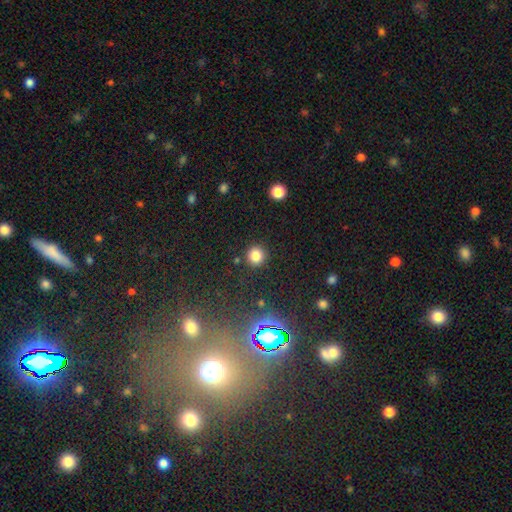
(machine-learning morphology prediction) Smooth or featured: smooth — 81% (star or artifact — 14%)
How rounded: round — 91% (in between — 8%)
Merging: none — 88% (minor disturbance — 7%)